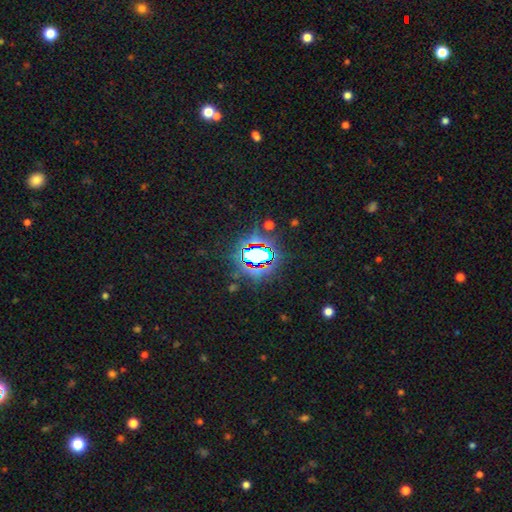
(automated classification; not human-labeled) Smooth or featured?
  - star or artifact: 69% *
  - smooth: 18%
  - featured or disk: 12%